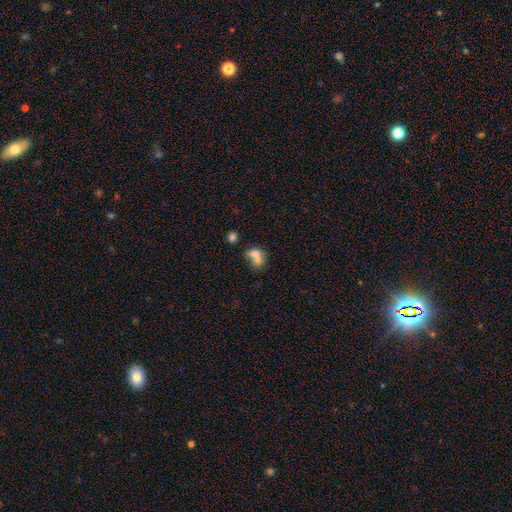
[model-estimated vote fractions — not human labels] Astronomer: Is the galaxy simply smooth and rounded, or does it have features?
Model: smooth — 69%.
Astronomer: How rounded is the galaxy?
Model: in between — 59% (runner-up: round, 39%).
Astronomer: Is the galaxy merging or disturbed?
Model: merger — 60%.